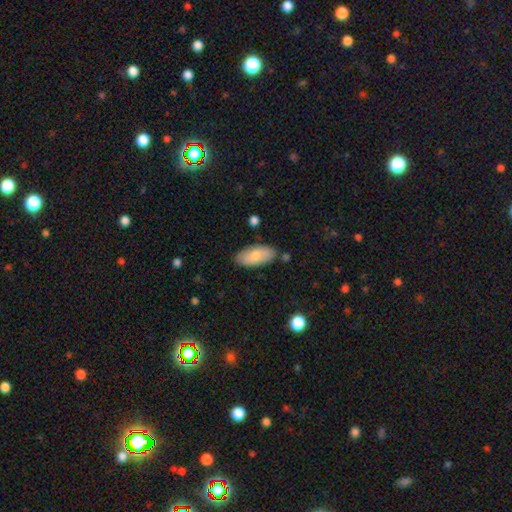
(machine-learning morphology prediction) Smooth or featured? Predicted: smooth (p=0.77). How rounded? Predicted: in between (p=0.92). Merging? Predicted: none (p=0.81).